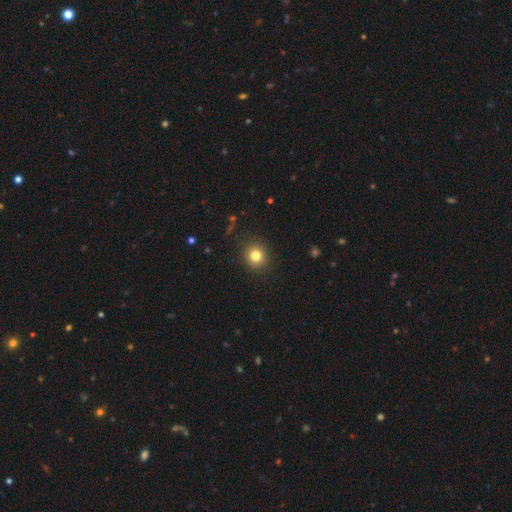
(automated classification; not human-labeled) smooth_or_featured: smooth (p=0.81) [alt: star or artifact p=0.12]
how_rounded: round (p=0.90) [alt: in between p=0.10]
merging: none (p=0.90) [alt: minor disturbance p=0.06]